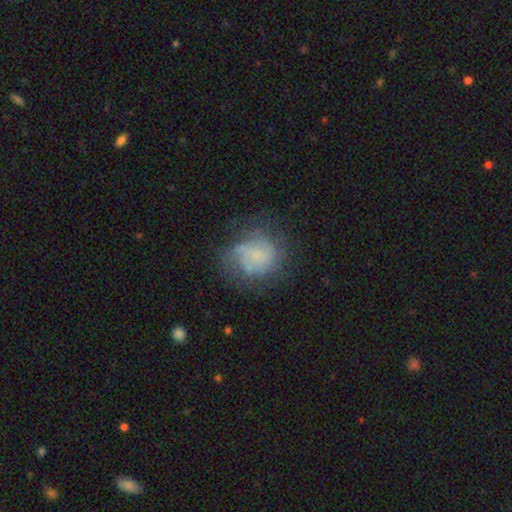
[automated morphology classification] featured or disk 51%, smooth 38%, star or artifact 11%. Down the decision tree: edge-on disk — no (98%); merging — none (58%).